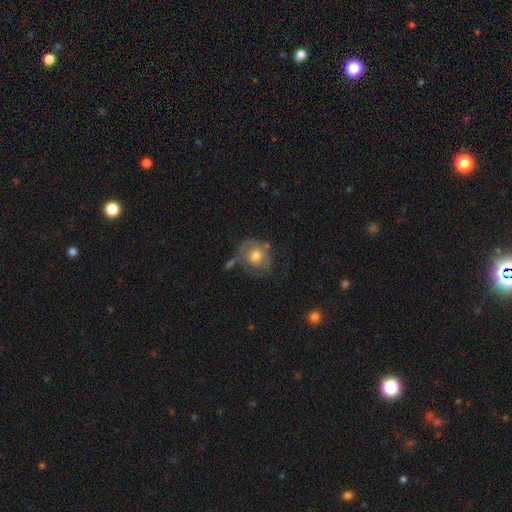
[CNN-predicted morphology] smooth 55%, featured or disk 37%, star or artifact 8%. Down the decision tree: how rounded — round (73%); merging — none (45%).